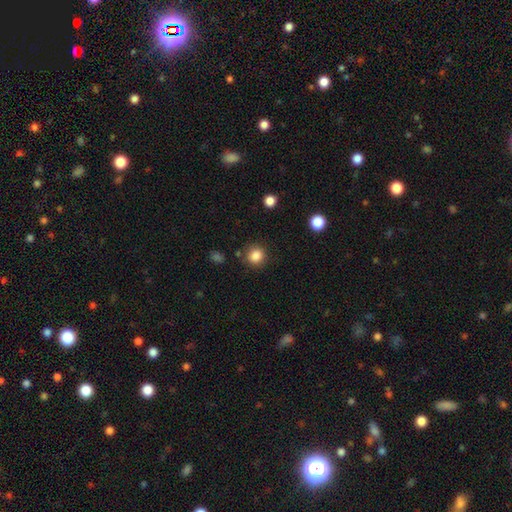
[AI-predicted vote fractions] This appears to be a smooth galaxy with no disk features (85%) that is round (88%). Merging: none (86%).